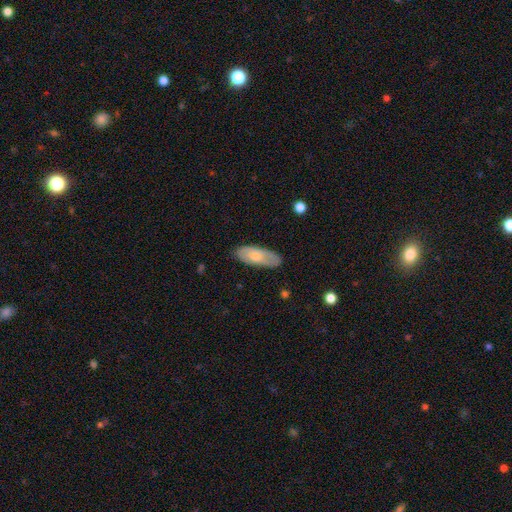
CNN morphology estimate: type=smooth (59%); roundness=in between (79%); merging=none (80%).